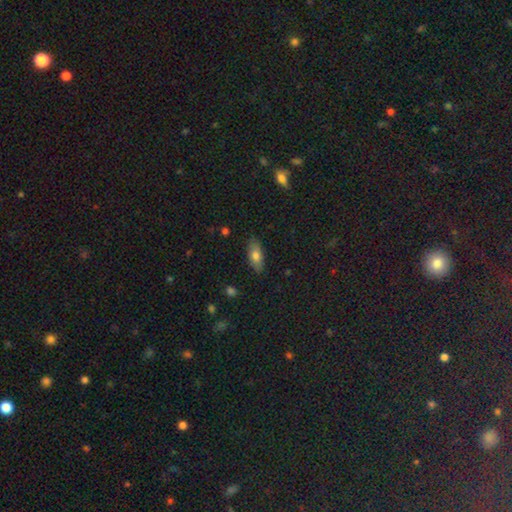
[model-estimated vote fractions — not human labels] Smooth or featured? Predicted: smooth (p=0.75). How rounded? Predicted: in between (p=0.83). Merging? Predicted: none (p=0.85).